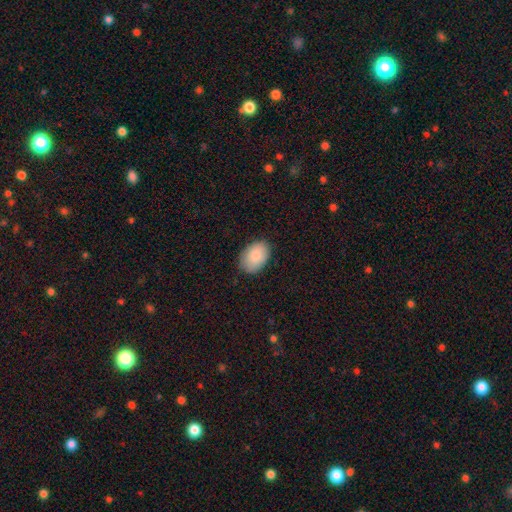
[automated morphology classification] The model was most divided on "merging": none: 84%, minor disturbance: 13%, major disturbance: 2%, merger: 1%. More confident: smooth or featured — smooth (88%); how rounded — in between (87%).